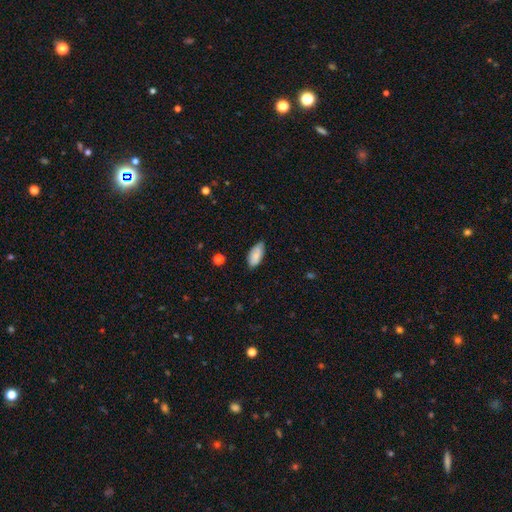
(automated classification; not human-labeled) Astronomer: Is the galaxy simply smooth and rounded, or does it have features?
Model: smooth — 82%.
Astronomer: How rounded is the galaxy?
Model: in between — 90%.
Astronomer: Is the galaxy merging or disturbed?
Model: none — 75%.